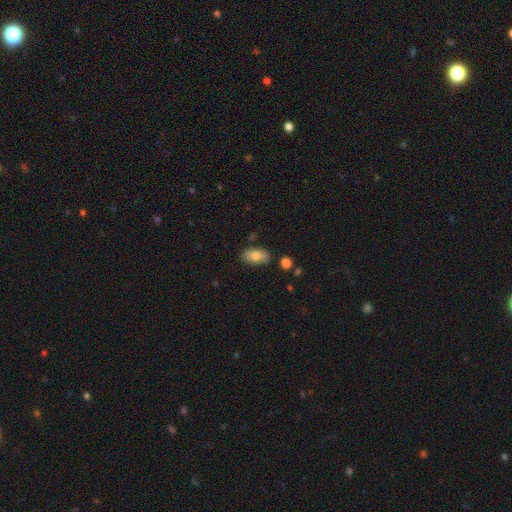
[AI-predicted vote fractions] smooth 77%, featured or disk 16%, star or artifact 7%. Down the decision tree: how rounded — in between (92%); merging — none (83%).